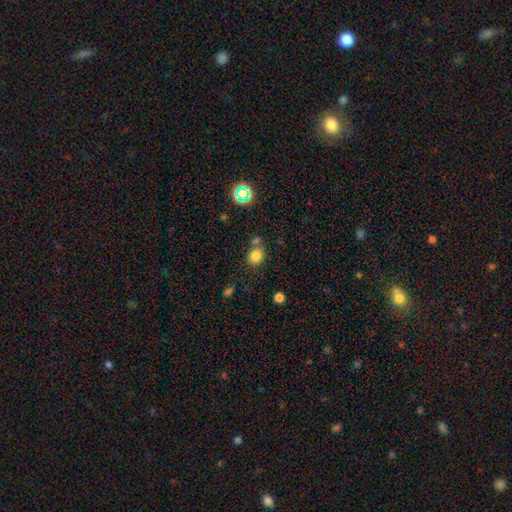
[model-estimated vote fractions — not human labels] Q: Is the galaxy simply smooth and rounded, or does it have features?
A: smooth — 79%.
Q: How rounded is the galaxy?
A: round — 68%.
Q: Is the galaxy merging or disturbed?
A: none — 67%.